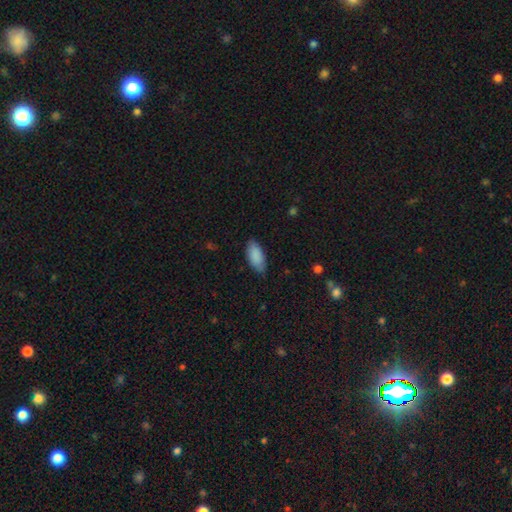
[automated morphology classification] Smooth or featured? Predicted: smooth (p=0.89). How rounded? Predicted: in between (p=0.90). Merging? Predicted: none (p=0.81).